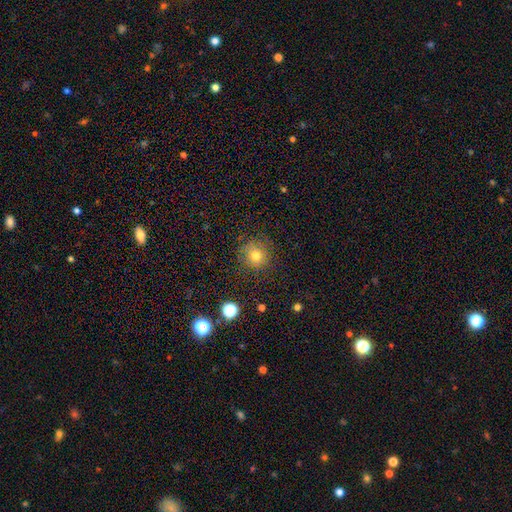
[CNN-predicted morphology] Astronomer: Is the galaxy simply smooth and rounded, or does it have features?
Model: smooth — 75%.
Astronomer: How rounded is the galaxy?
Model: round — 91%.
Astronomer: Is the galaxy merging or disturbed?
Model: none — 83%.